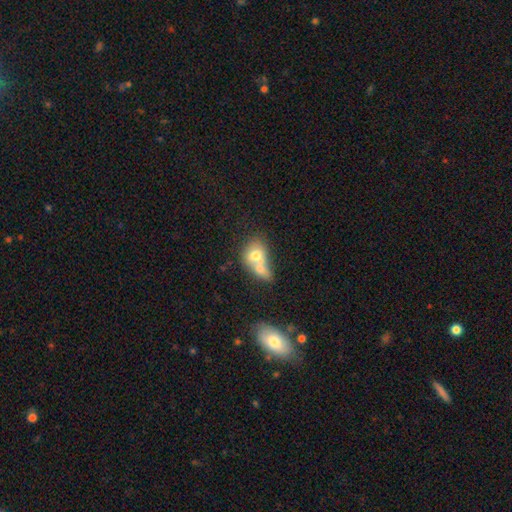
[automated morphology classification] type=smooth (66%); roundness=in between (54%); merging=merger (71%).